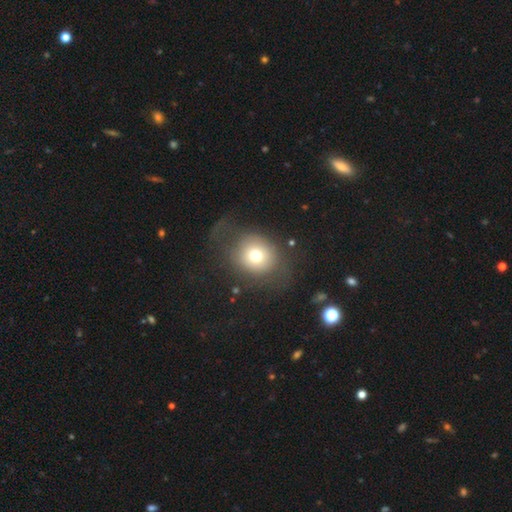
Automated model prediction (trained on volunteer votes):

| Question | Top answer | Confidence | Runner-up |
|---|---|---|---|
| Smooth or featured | smooth | 68% | featured or disk (20%) |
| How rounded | round | 76% | in between (24%) |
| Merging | none | 56% | major disturbance (25%) |